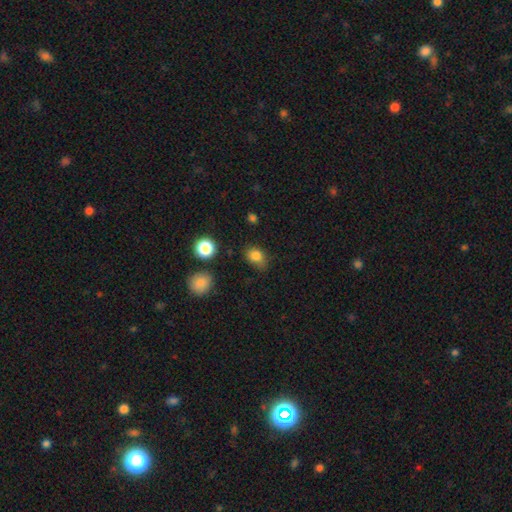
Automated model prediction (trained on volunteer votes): smooth_or_featured: smooth (p=0.82) [alt: star or artifact p=0.12]
how_rounded: in between (p=0.57) [alt: round p=0.42]
merging: none (p=0.65) [alt: minor disturbance p=0.26]